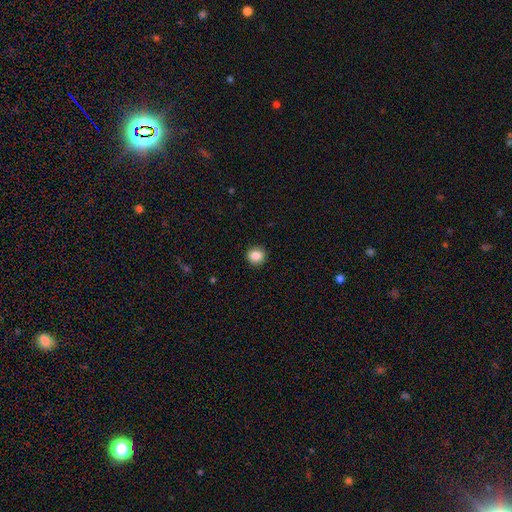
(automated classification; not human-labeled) smooth_or_featured: smooth (p=0.87) [alt: star or artifact p=0.09]
how_rounded: round (p=0.88) [alt: in between p=0.11]
merging: none (p=0.90) [alt: minor disturbance p=0.07]